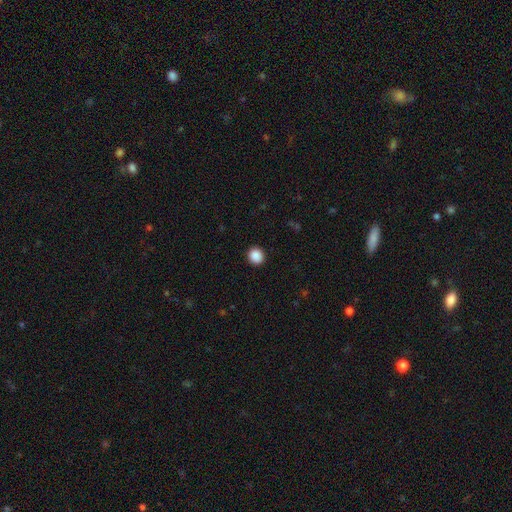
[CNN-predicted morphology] smooth 89%, star or artifact 9%, featured or disk 2%. Down the decision tree: how rounded — round (88%); merging — none (92%).